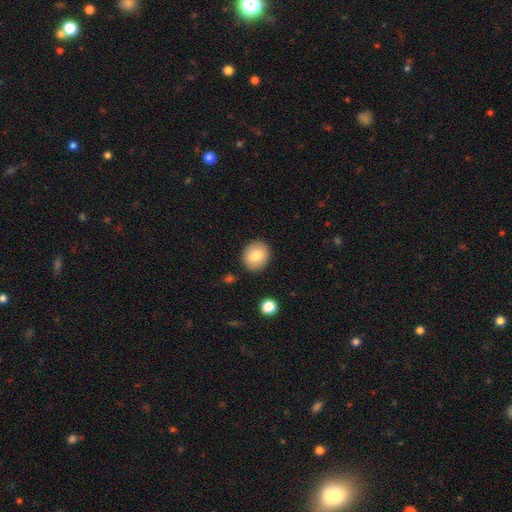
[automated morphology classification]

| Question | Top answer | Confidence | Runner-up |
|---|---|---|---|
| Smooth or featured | smooth | 80% | featured or disk (12%) |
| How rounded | round | 70% | in between (29%) |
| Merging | none | 88% | minor disturbance (8%) |